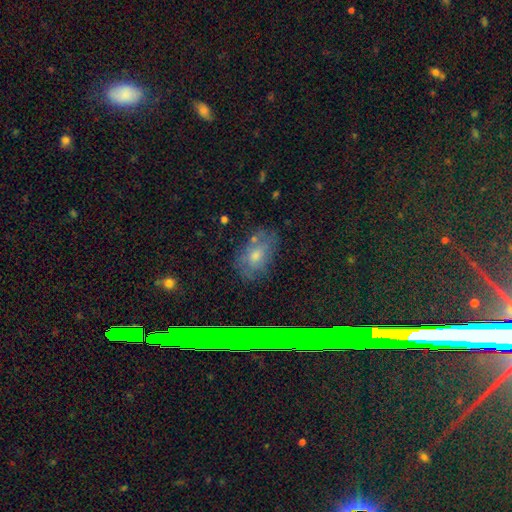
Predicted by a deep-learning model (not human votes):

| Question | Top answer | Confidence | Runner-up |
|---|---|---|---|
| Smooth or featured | smooth | 57% | featured or disk (23%) |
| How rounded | in between | 81% | round (14%) |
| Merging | none | 77% | minor disturbance (16%) |